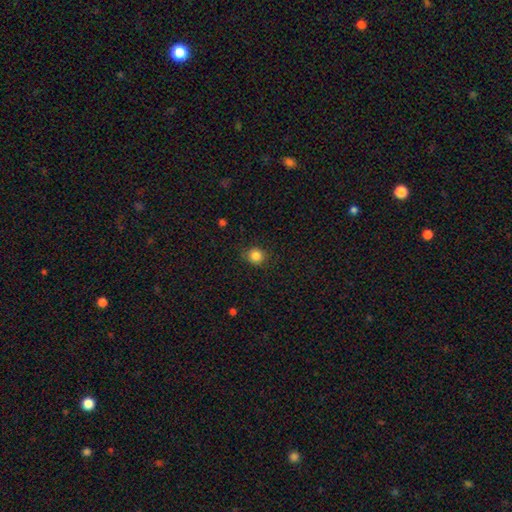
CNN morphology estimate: A smooth galaxy with no disk features (85%) that is round (86%).

Vote fractions:
- Smooth or featured? smooth: 85% / star or artifact: 11% / featured or disk: 4%
- How rounded? round: 86% / in between: 13% / cigar-shaped: 1%
- Merging? none: 85% / minor disturbance: 11% / major disturbance: 3% / merger: 1%